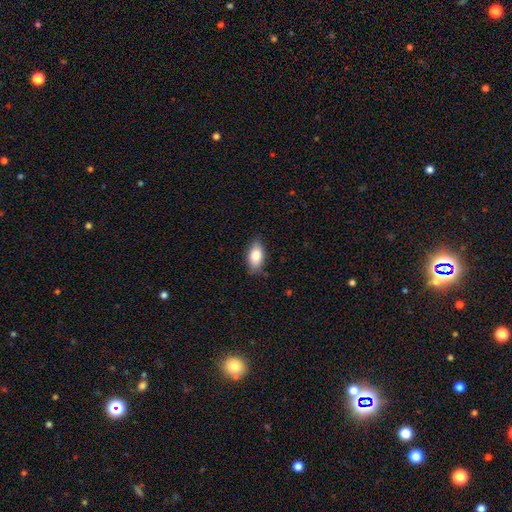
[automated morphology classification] This appears to be a smooth galaxy with no disk features (82%) that is in between round and cigar-shaped (90%). Merging: none (80%).